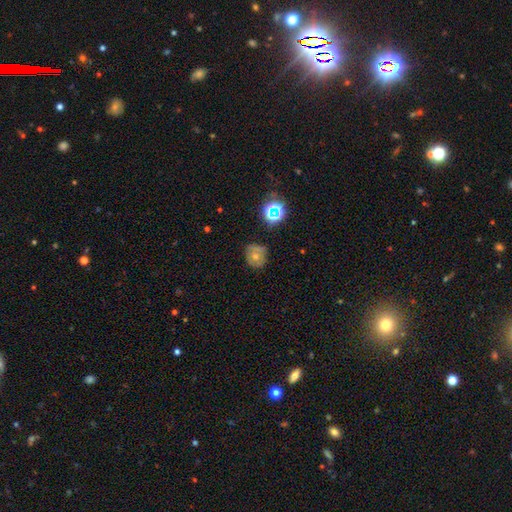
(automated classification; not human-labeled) A smooth galaxy with no disk features (56%) that is round (82%).

Vote fractions:
- Smooth or featured? smooth: 56% / featured or disk: 28% / star or artifact: 16%
- How rounded? round: 82% / in between: 17% / cigar-shaped: 1%
- Merging? none: 65% / minor disturbance: 24% / major disturbance: 7% / merger: 4%